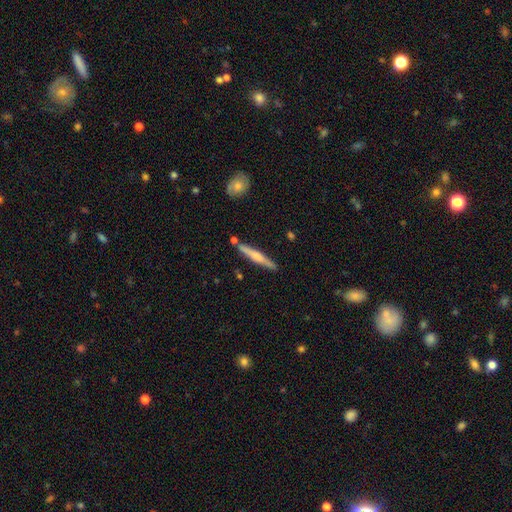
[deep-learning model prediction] Q: Smooth or featured?
A: featured or disk (50%); runner-up: smooth (45%)
Q: Merging?
A: none (84%); runner-up: minor disturbance (10%)